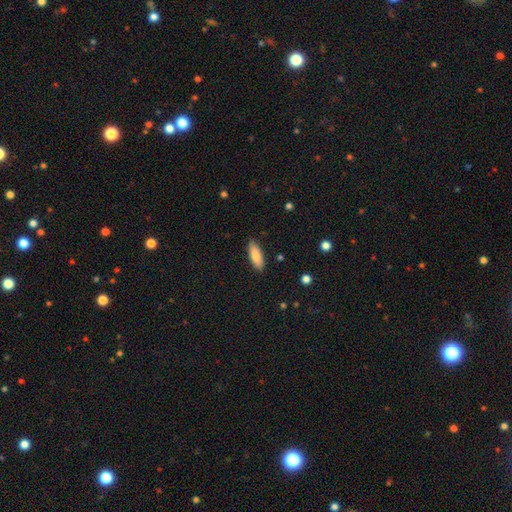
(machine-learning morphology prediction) A smooth galaxy with no disk features (86%) that is in between round and cigar-shaped (70%).

Vote fractions:
- Smooth or featured? smooth: 86% / featured or disk: 8% / star or artifact: 6%
- How rounded? in between: 70% / cigar-shaped: 29% / round: 2%
- Merging? none: 87% / minor disturbance: 10% / major disturbance: 2% / merger: 1%